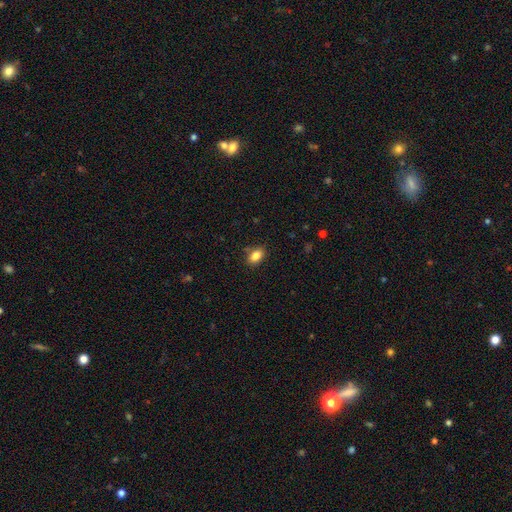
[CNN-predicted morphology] smooth_or_featured: smooth (p=0.84) [alt: star or artifact p=0.09]
how_rounded: in between (p=0.85) [alt: round p=0.13]
merging: none (p=0.83) [alt: minor disturbance p=0.12]